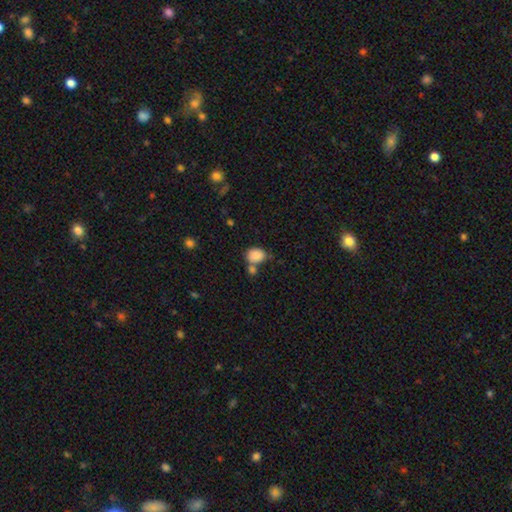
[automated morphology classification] This appears to be a smooth galaxy with no disk features (85%) that is in between round and cigar-shaped (54%). Merging: none (51%).